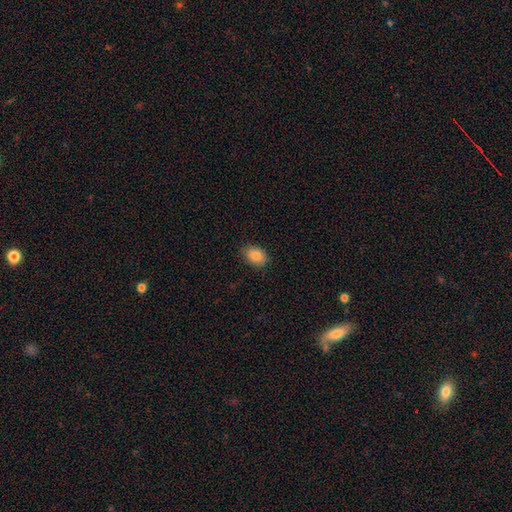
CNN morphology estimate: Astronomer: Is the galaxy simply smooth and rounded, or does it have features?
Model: smooth — 85%.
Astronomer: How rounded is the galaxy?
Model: in between — 76%.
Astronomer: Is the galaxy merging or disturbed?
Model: none — 85%.